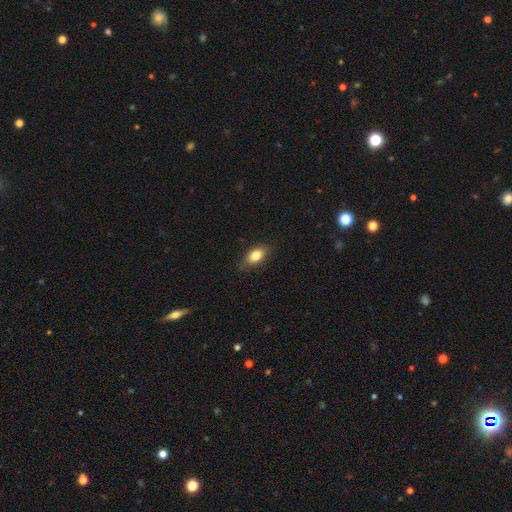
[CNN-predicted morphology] Smooth or featured? Predicted: smooth (p=0.81). How rounded? Predicted: in between (p=0.84). Merging? Predicted: none (p=0.78).